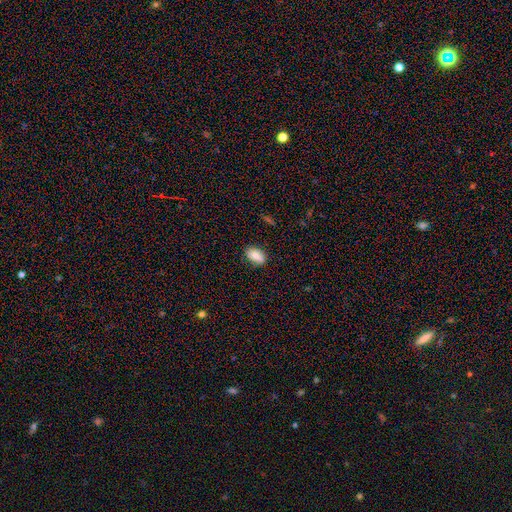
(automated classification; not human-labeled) smooth_or_featured: smooth (p=0.81) [alt: featured or disk p=0.10]
how_rounded: in between (p=0.87) [alt: round p=0.10]
merging: none (p=0.78) [alt: minor disturbance p=0.17]